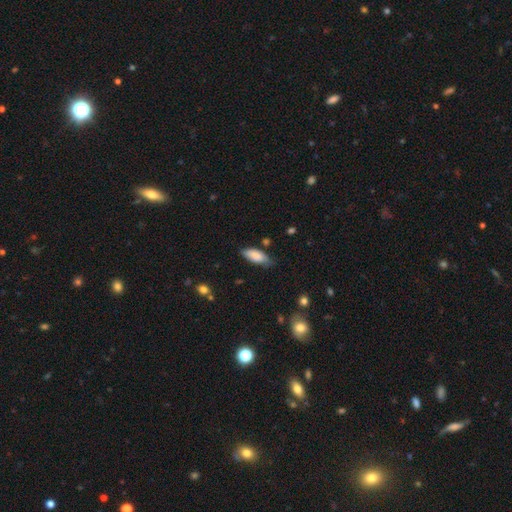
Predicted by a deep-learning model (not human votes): Overall: smooth (83%). How rounded: in between (77%). Merging: none (67%).